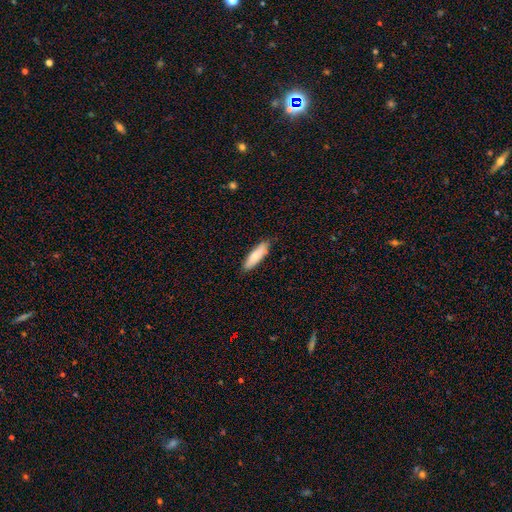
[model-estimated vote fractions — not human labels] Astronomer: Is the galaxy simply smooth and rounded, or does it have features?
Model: smooth — 79%.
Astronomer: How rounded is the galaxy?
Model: cigar-shaped — 58% (runner-up: in between, 40%).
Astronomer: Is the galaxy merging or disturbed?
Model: none — 85%.